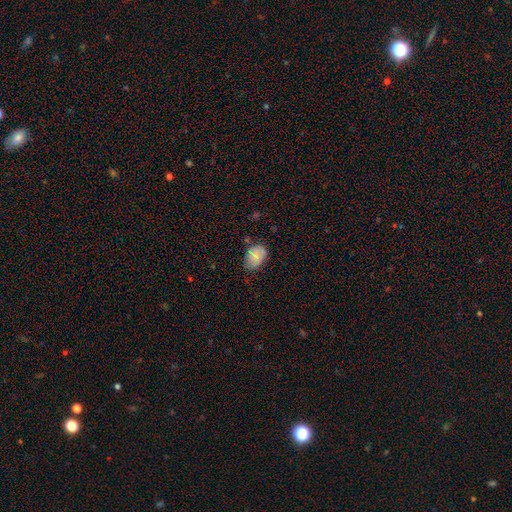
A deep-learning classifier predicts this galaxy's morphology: smooth_or_featured: smooth (p=0.70) [alt: featured or disk p=0.21]
how_rounded: in between (p=0.76) [alt: round p=0.22]
merging: none (p=0.56) [alt: minor disturbance p=0.34]